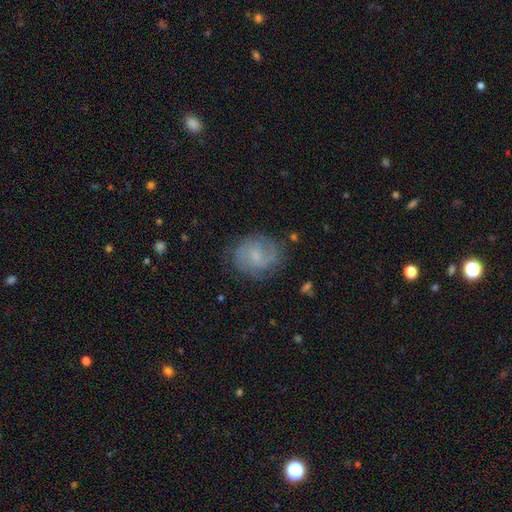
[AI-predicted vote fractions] Smooth or featured? featured or disk (64%)
Edge-on disk? no (98%)
Bar? no (48%)
Spiral arms? yes (89%)
Spiral winding? medium (43%)
Spiral arm count? 2 (62%)
Bulge size? small (61%)
Merging? none (73%)